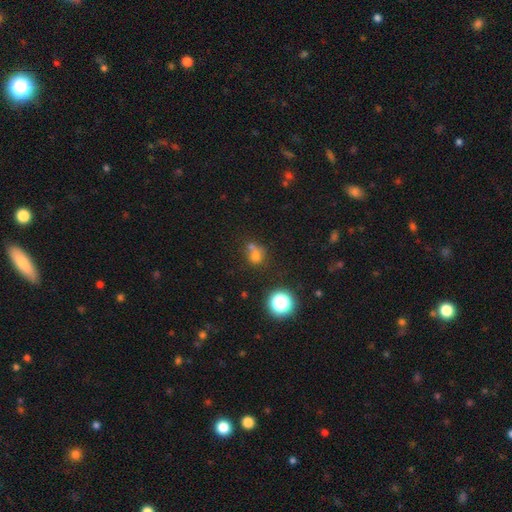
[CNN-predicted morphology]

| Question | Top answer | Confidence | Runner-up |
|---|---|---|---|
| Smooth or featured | smooth | 65% | star or artifact (22%) |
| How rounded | round | 71% | in between (28%) |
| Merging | none | 42% | merger (39%) |